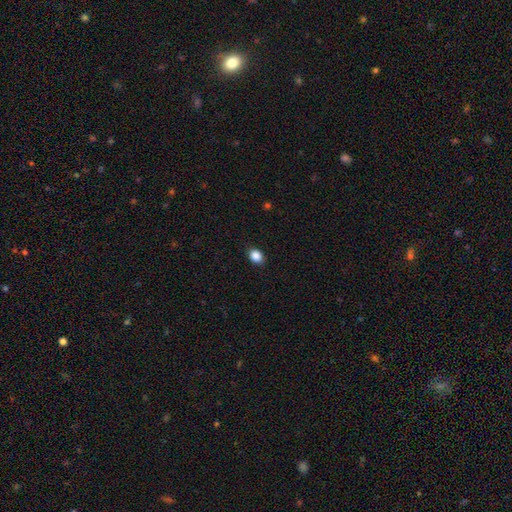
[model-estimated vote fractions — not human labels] A smooth galaxy with no disk features (87%) that is in between round and cigar-shaped (62%). Merging: none (90%).